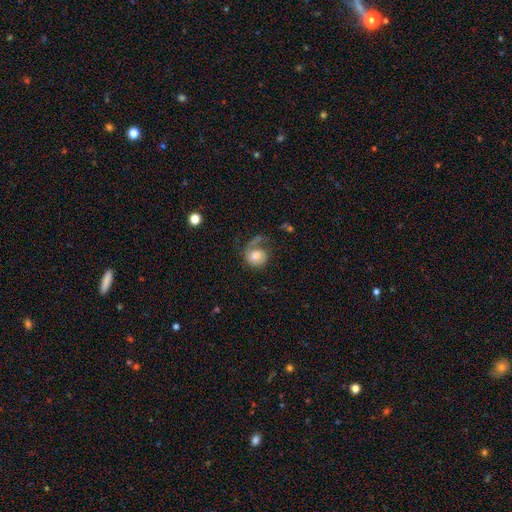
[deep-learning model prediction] Smooth or featured: smooth — 52% (featured or disk — 39%)
How rounded: round — 66% (in between — 33%)
Merging: major disturbance — 38% (none — 37%)